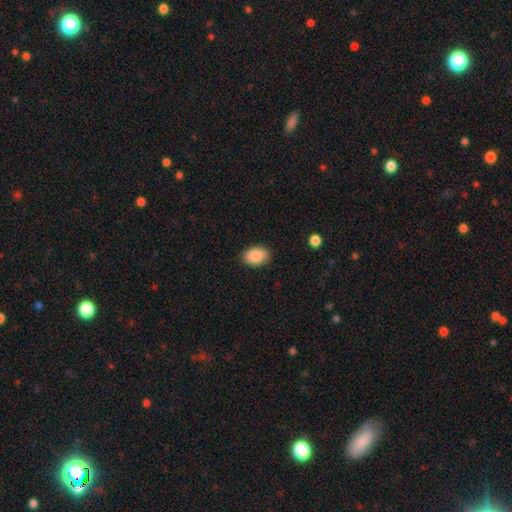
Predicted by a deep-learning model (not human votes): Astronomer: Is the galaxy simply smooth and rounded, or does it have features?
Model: smooth — 89%.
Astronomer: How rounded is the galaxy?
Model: in between — 80%.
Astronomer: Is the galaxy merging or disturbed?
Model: none — 87%.